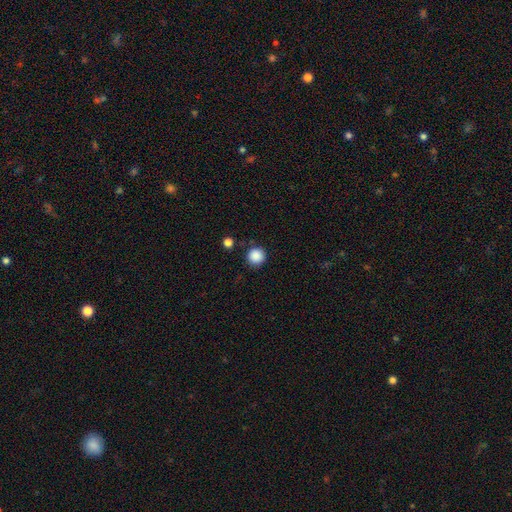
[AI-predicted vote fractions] Smooth or featured?
  - smooth: 88% *
  - star or artifact: 9%
  - featured or disk: 3%
How rounded?
  - round: 95% *
  - in between: 4%
  - cigar-shaped: 1%
Merging?
  - none: 88% *
  - minor disturbance: 7%
  - merger: 3%
  - major disturbance: 2%